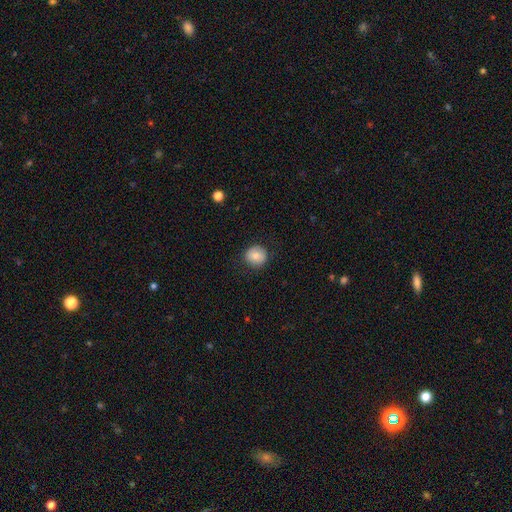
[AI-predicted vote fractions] smooth-or-featured: smooth: 77% | featured or disk: 14% | star or artifact: 9%
  how-rounded: round: 90% | in between: 9% | cigar-shaped: 1%
  merging: none: 85% | minor disturbance: 11% | major disturbance: 3% | merger: 1%